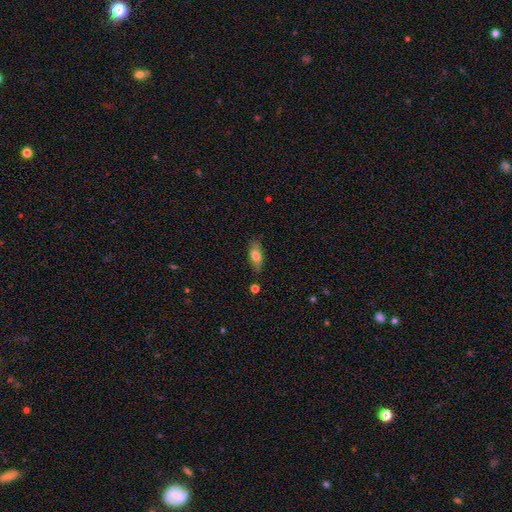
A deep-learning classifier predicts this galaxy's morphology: smooth-or-featured: smooth: 68% | featured or disk: 24% | star or artifact: 7%
  how-rounded: in between: 73% | cigar-shaped: 23% | round: 4%
  merging: none: 79% | minor disturbance: 15% | major disturbance: 3% | merger: 3%